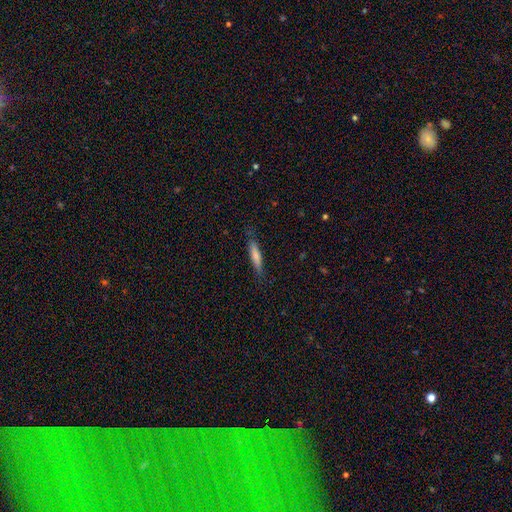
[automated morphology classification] Smooth or featured?
  - smooth: 73% *
  - featured or disk: 22%
  - star or artifact: 6%
How rounded?
  - cigar-shaped: 86% *
  - in between: 12%
  - round: 1%
Merging?
  - none: 83% *
  - minor disturbance: 13%
  - major disturbance: 3%
  - merger: 1%